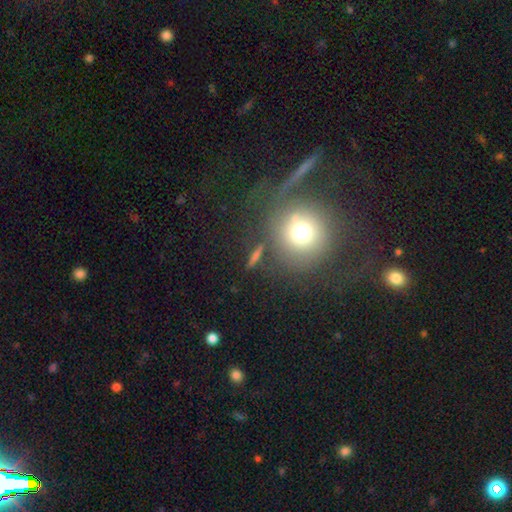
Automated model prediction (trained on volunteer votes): This appears to be a smooth galaxy with no disk features (54%) that is round (77%). Merging: none (74%).